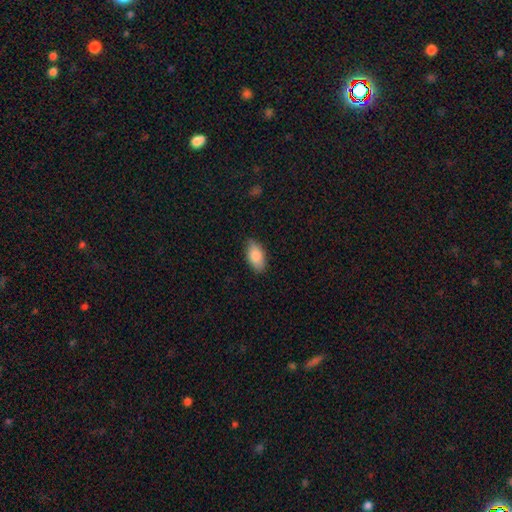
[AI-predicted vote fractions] Morphology: type=smooth (85%); roundness=in between (93%); merging=none (82%).